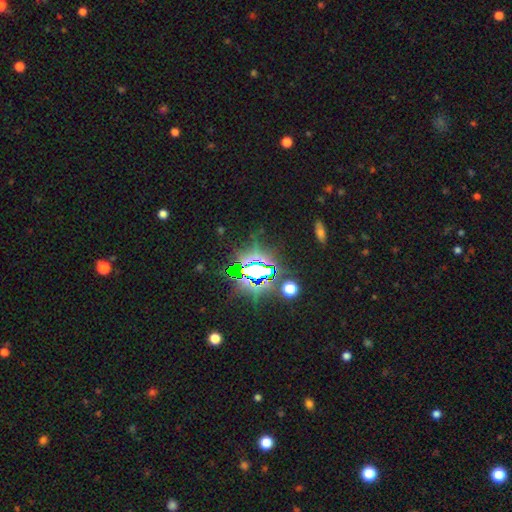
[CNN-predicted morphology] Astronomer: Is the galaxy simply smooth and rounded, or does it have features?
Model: star or artifact — 77%.